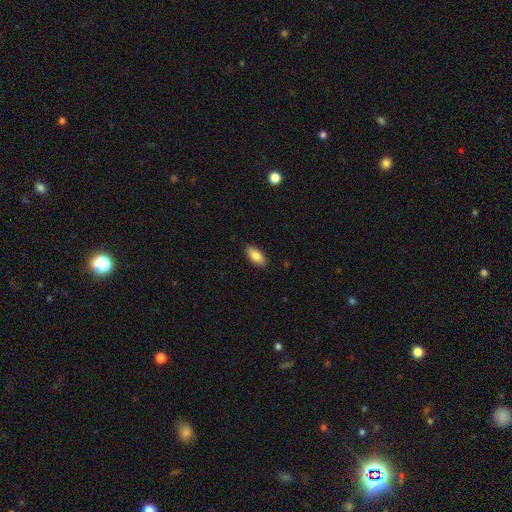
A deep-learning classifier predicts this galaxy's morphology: A smooth galaxy with no disk features (84%) that is in between round and cigar-shaped (86%).

Vote fractions:
- Smooth or featured? smooth: 84% / featured or disk: 10% / star or artifact: 6%
- How rounded? in between: 86% / cigar-shaped: 12% / round: 2%
- Merging? none: 87% / minor disturbance: 10% / major disturbance: 2% / merger: 1%